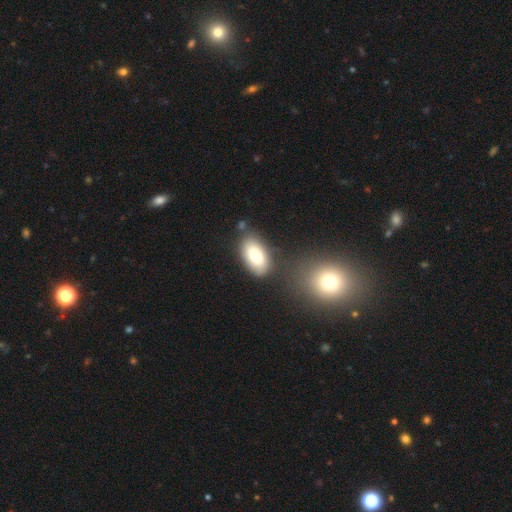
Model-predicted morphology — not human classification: Q: Smooth or featured?
A: smooth (81%); runner-up: featured or disk (12%)
Q: How rounded?
A: in between (94%); runner-up: round (4%)
Q: Merging?
A: none (72%); runner-up: minor disturbance (15%)